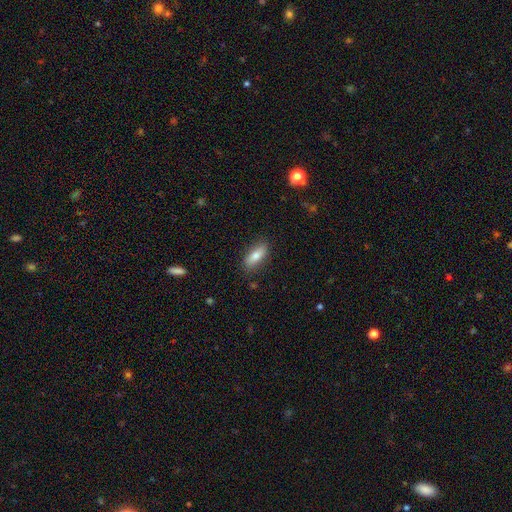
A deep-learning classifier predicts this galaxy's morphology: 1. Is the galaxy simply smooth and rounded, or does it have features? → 77% smooth, 16% featured or disk, 7% star or artifact.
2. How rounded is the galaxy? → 72% in between, 25% cigar-shaped, 3% round.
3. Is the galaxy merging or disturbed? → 84% none, 12% minor disturbance, 3% major disturbance, 1% merger.